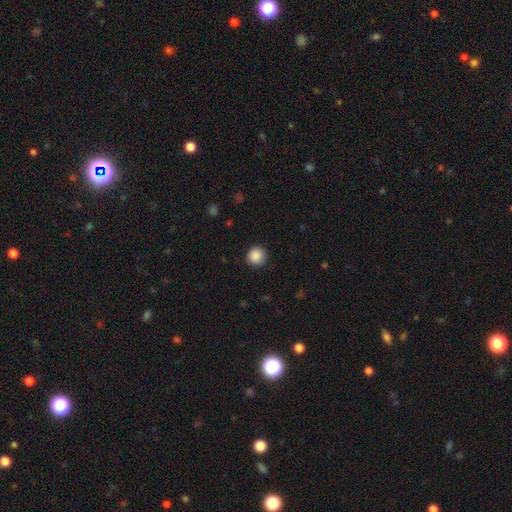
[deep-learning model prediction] Smooth or featured?
  - smooth: 88% *
  - star or artifact: 9%
  - featured or disk: 3%
How rounded?
  - round: 94% *
  - in between: 5%
  - cigar-shaped: 1%
Merging?
  - none: 90% *
  - minor disturbance: 7%
  - major disturbance: 2%
  - merger: 1%